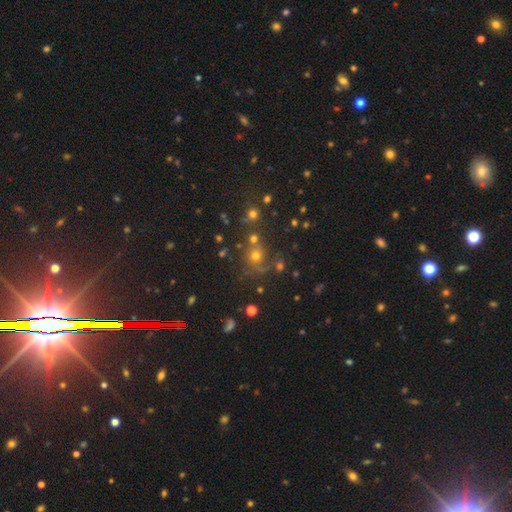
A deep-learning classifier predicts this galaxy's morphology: smooth_or_featured: smooth (p=0.52) [alt: star or artifact p=0.34]
how_rounded: round (p=0.84) [alt: in between p=0.15]
merging: none (p=0.62) [alt: merger p=0.19]